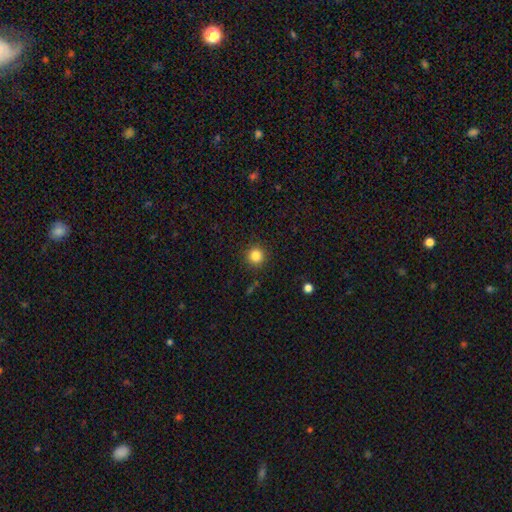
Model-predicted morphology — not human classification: Smooth or featured: smooth — 84% (star or artifact — 11%)
How rounded: round — 95% (in between — 4%)
Merging: none — 90% (minor disturbance — 6%)